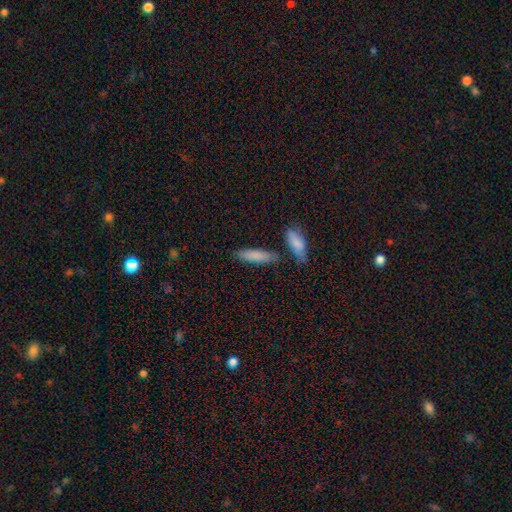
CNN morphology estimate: This is clearly a smooth galaxy (82%). How rounded: likely cigar-shaped (68%). Merging: likely none (78%).